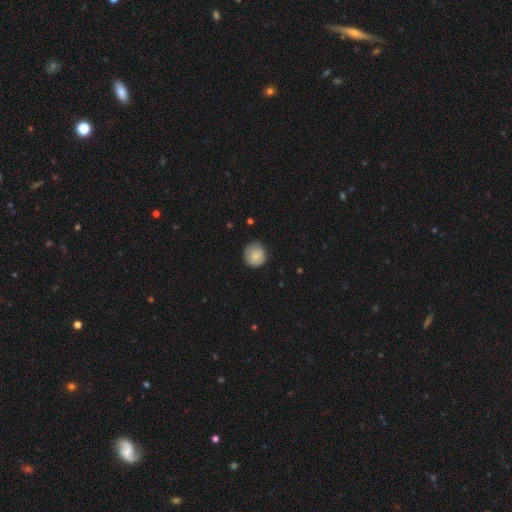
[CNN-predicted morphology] Smooth or featured? Predicted: smooth (p=0.81). How rounded? Predicted: round (p=0.92). Merging? Predicted: none (p=0.78).